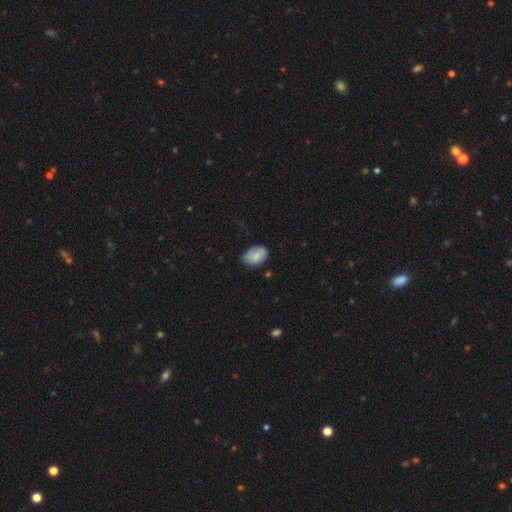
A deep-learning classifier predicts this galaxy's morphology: The model was most divided on "merging": none: 69%, minor disturbance: 25%, major disturbance: 4%, merger: 2%. More confident: how rounded — in between (86%); smooth or featured — smooth (79%).